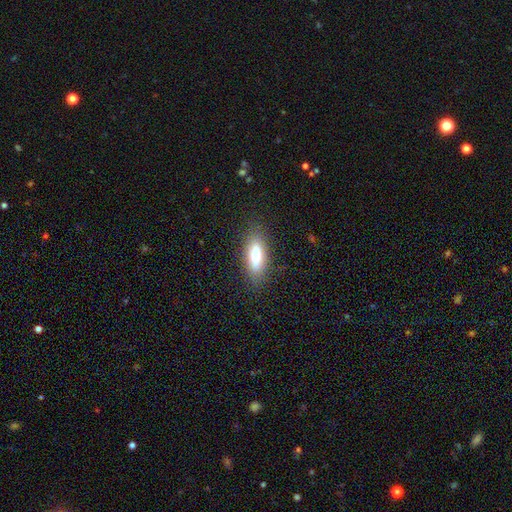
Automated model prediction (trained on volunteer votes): smooth 69%, featured or disk 24%, star or artifact 8%. Down the decision tree: how rounded — in between (63%); merging — none (85%).